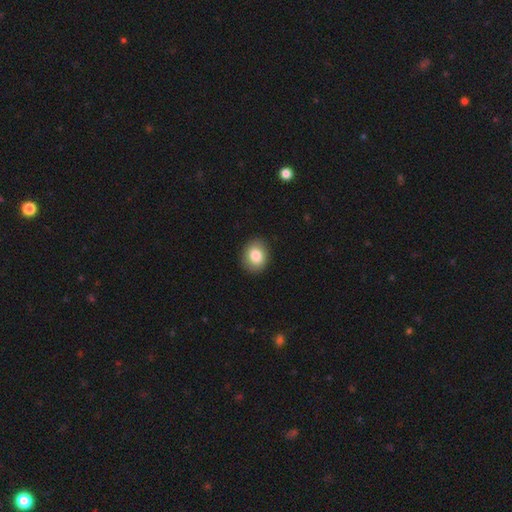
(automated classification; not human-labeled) A smooth galaxy with no disk features (84%) that is round (55%).

Vote fractions:
- Smooth or featured? smooth: 84% / star or artifact: 8% / featured or disk: 7%
- How rounded? round: 55% / in between: 44% / cigar-shaped: 1%
- Merging? none: 89% / minor disturbance: 8% / major disturbance: 2% / merger: 1%